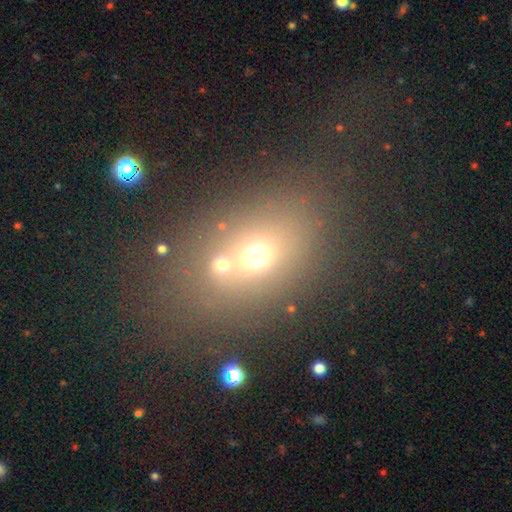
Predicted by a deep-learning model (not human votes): Q: Smooth or featured?
A: smooth (63%); runner-up: star or artifact (22%)
Q: How rounded?
A: in between (61%); runner-up: round (37%)
Q: Merging?
A: none (62%); runner-up: merger (18%)